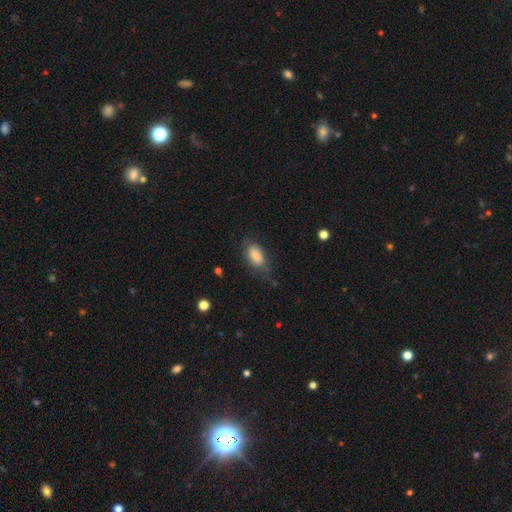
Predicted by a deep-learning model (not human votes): This is clearly a smooth galaxy (82%). How rounded: clearly in between (91%). Merging: possibly none (60%).